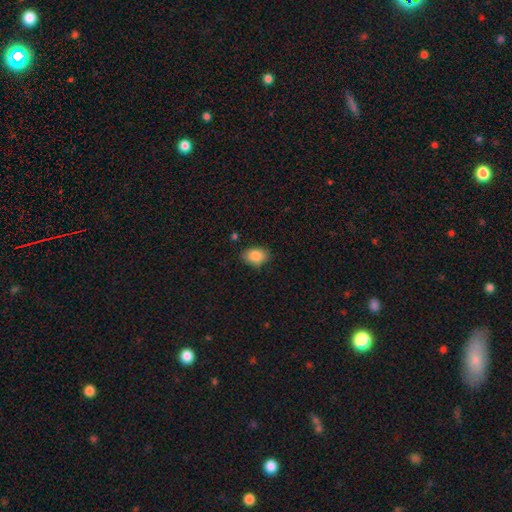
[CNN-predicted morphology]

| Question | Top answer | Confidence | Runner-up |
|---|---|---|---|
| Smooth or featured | smooth | 87% | star or artifact (8%) |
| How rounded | in between | 78% | round (21%) |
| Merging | none | 79% | minor disturbance (16%) |